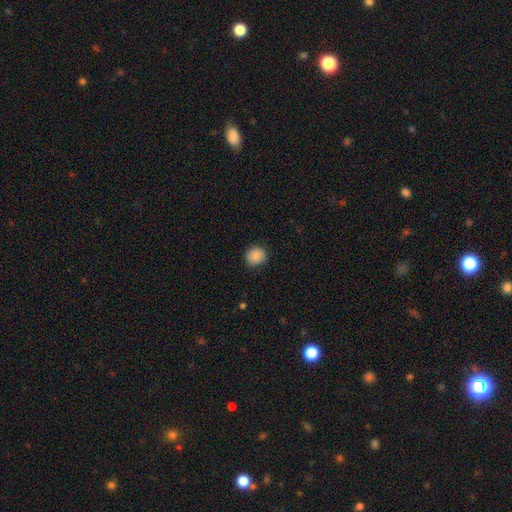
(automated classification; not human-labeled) The model was most divided on "merging": none: 82%, minor disturbance: 15%, major disturbance: 3%, merger: 1%. More confident: smooth or featured — smooth (86%); how rounded — round (84%).